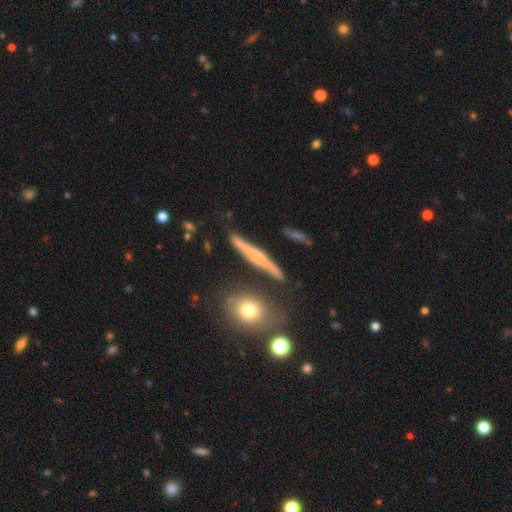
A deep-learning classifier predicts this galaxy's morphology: A featured or disk galaxy (63%) viewed edge-on (92%) with a rounded central bulge (50%). Merging: none (81%).